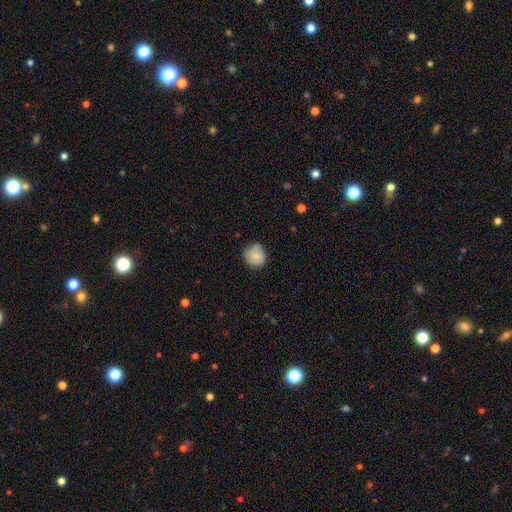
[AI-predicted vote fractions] Smooth or featured? Predicted: smooth (p=0.81). How rounded? Predicted: round (p=0.88). Merging? Predicted: none (p=0.69).